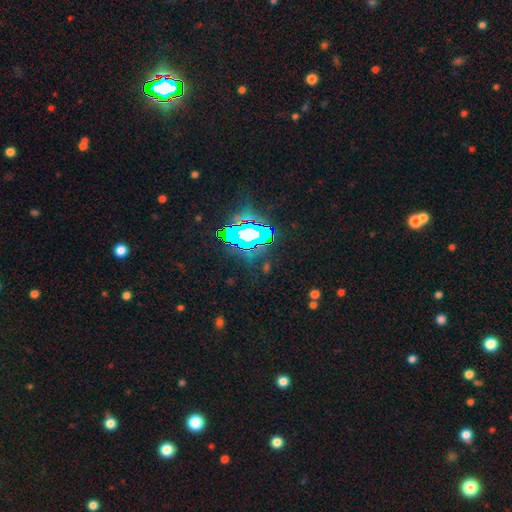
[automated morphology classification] smooth-or-featured: star or artifact: 82% | smooth: 10% | featured or disk: 8%